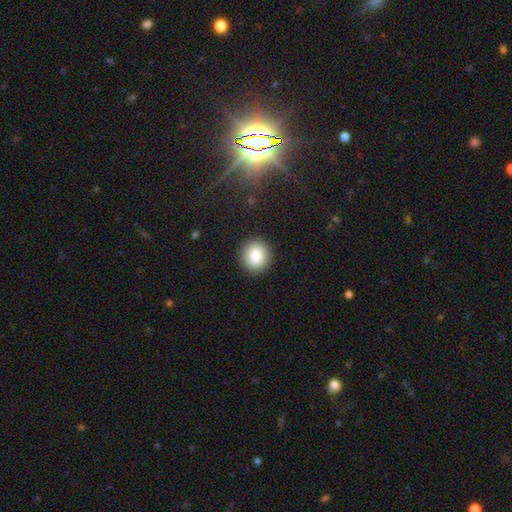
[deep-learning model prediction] Q: Smooth or featured?
A: smooth (86%); runner-up: star or artifact (9%)
Q: How rounded?
A: round (83%); runner-up: in between (16%)
Q: Merging?
A: none (91%); runner-up: minor disturbance (6%)